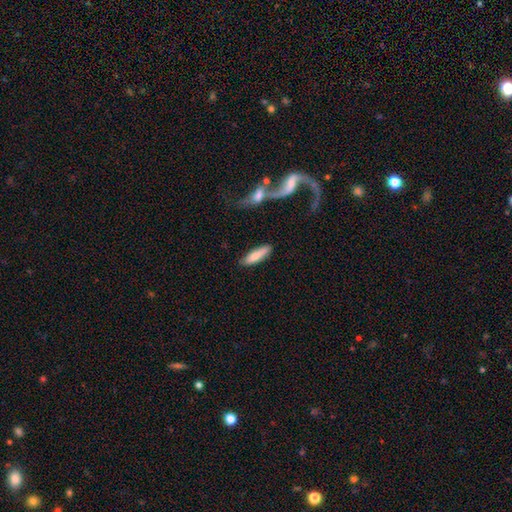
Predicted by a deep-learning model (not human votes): This is likely a smooth galaxy (72%). How rounded: likely cigar-shaped (60%). Merging: likely none (80%).